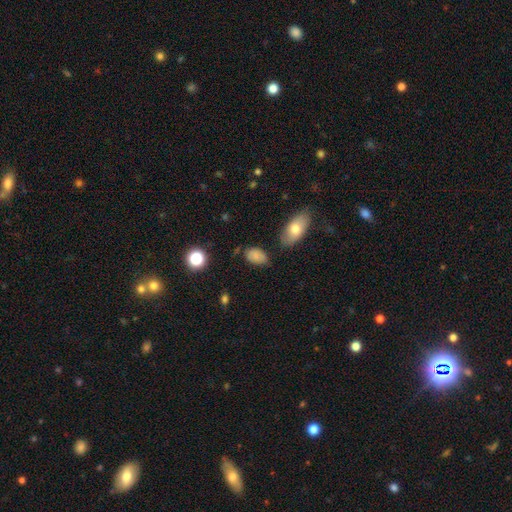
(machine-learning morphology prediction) Smooth or featured?
  - smooth: 79% *
  - star or artifact: 11%
  - featured or disk: 9%
How rounded?
  - in between: 89% *
  - round: 9%
  - cigar-shaped: 2%
Merging?
  - none: 67% *
  - minor disturbance: 23%
  - major disturbance: 6%
  - merger: 5%